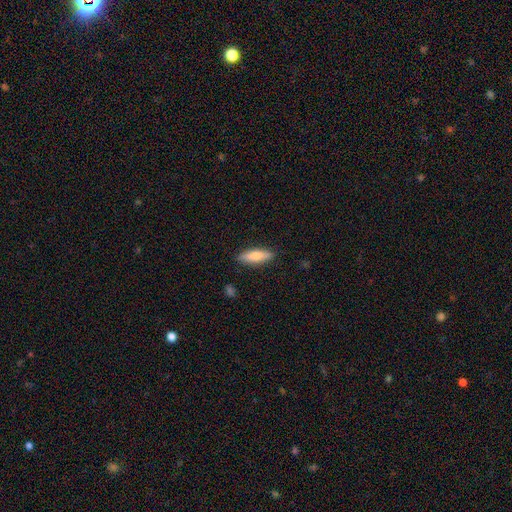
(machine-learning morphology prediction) type=smooth (70%); roundness=cigar-shaped (55%); merging=none (88%).